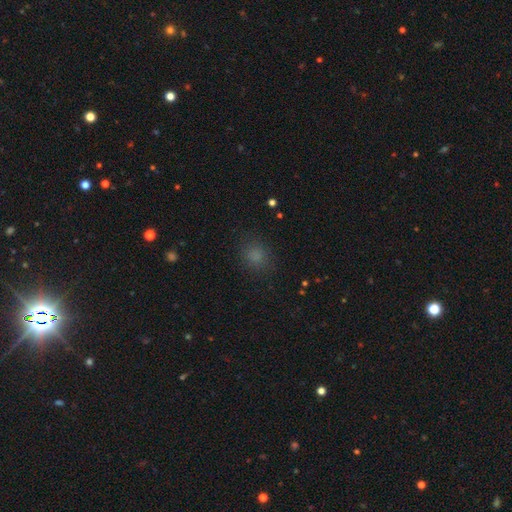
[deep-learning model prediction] The model was most divided on "how rounded": round: 75%, in between: 24%, cigar-shaped: 1%. More confident: merging — none (83%); smooth or featured — smooth (78%).